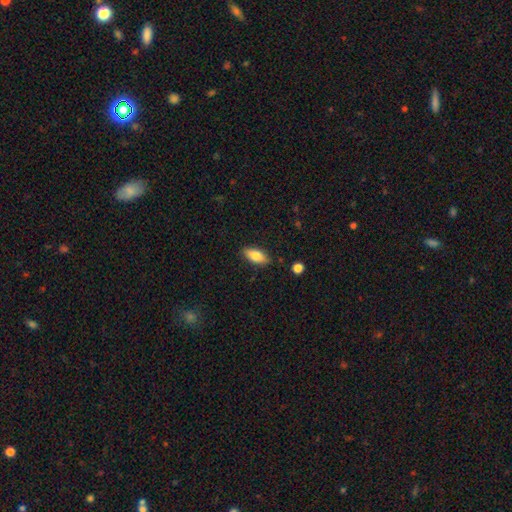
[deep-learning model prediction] Morphology: type=smooth (77%); roundness=in between (85%); merging=none (86%).